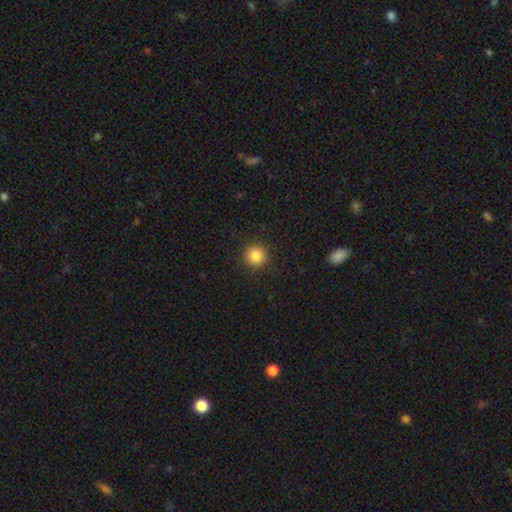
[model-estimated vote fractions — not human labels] Smooth or featured: smooth — 85% (star or artifact — 11%)
How rounded: round — 95% (in between — 4%)
Merging: none — 92% (minor disturbance — 5%)